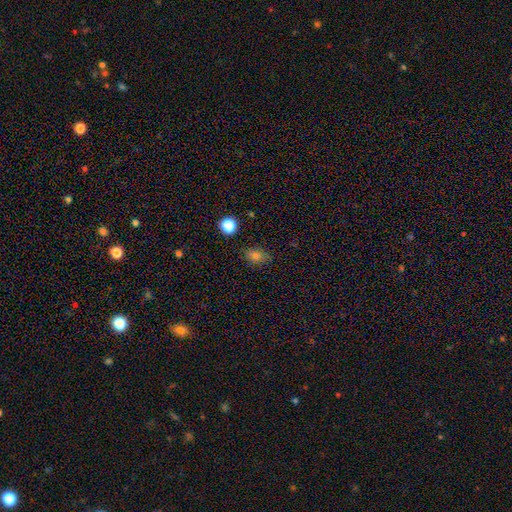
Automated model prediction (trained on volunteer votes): Smooth or featured? Predicted: smooth (p=0.76). How rounded? Predicted: in between (p=0.68). Merging? Predicted: none (p=0.80).